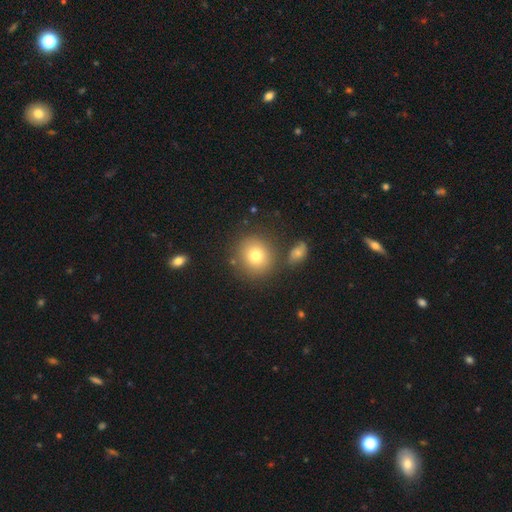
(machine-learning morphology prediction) This is likely a smooth galaxy (77%). How rounded: clearly round (86%). Merging: likely none (79%).